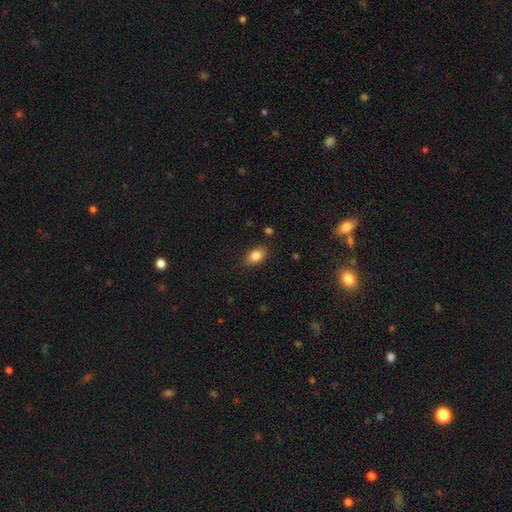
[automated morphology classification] smooth 84%, star or artifact 8%, featured or disk 8%. Down the decision tree: how rounded — in between (86%); merging — none (86%).